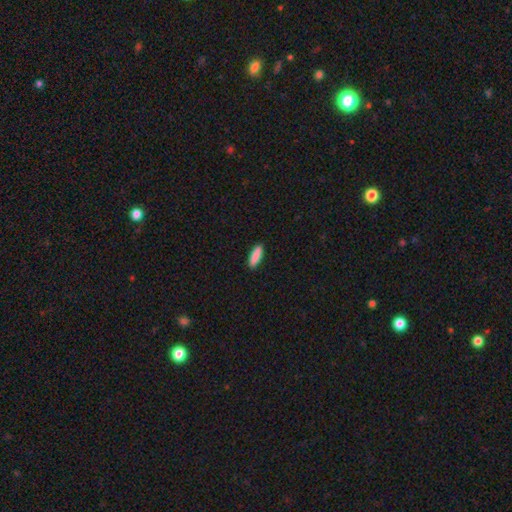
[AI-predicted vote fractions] Smooth or featured?
  - smooth: 89% *
  - star or artifact: 6%
  - featured or disk: 5%
How rounded?
  - cigar-shaped: 61% *
  - in between: 37%
  - round: 2%
Merging?
  - none: 90% *
  - minor disturbance: 7%
  - major disturbance: 2%
  - merger: 1%